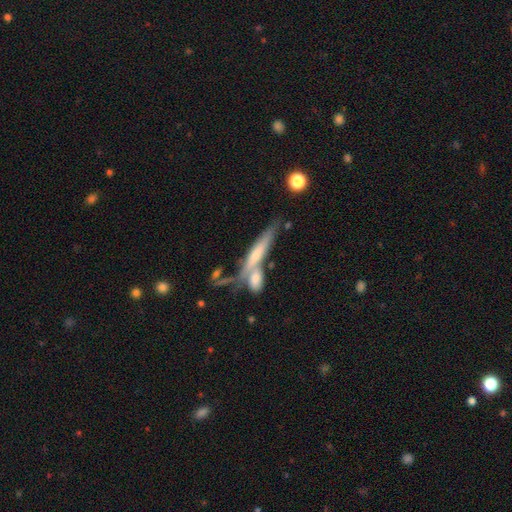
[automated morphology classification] Q: Smooth or featured?
A: featured or disk (51%); runner-up: smooth (41%)
Q: Edge-on disk?
A: yes (85%); runner-up: no (15%)
Q: Merging?
A: none (48%); runner-up: merger (33%)